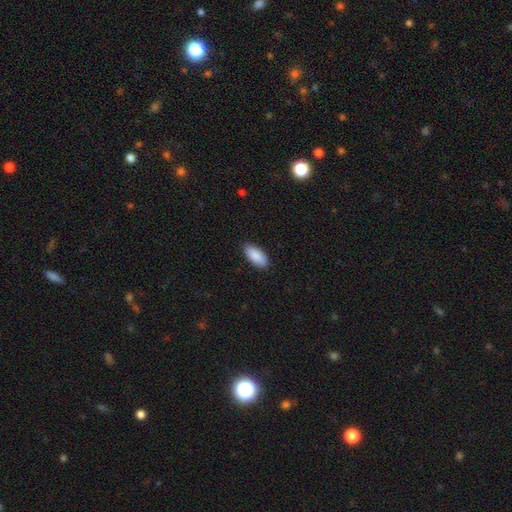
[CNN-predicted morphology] smooth-or-featured: smooth: 90% | star or artifact: 6% | featured or disk: 4%
  how-rounded: in between: 91% | cigar-shaped: 7% | round: 2%
  merging: none: 88% | minor disturbance: 10% | major disturbance: 2% | merger: 1%